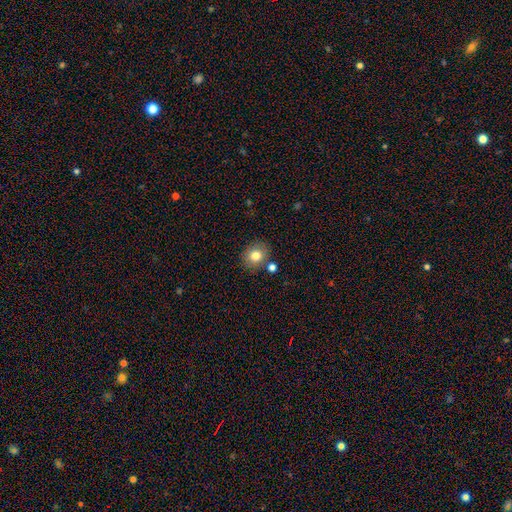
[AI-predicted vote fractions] This appears to be a smooth galaxy with no disk features (79%) that is round (64%). Merging: none (80%).